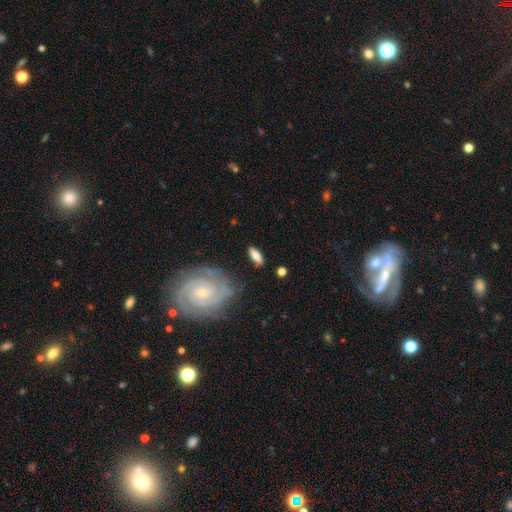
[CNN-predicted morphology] The model was most divided on "smooth or featured": smooth: 61%, featured or disk: 32%, star or artifact: 6%. More confident: merging — none (77%); how rounded — in between (64%).